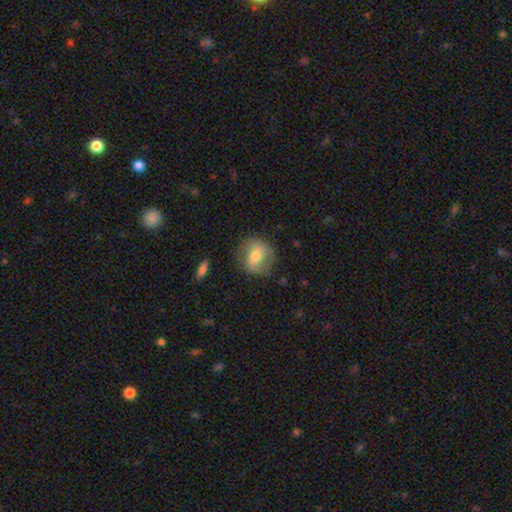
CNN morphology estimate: A smooth galaxy with no disk features (58%) that is round (78%). Merging: none (74%).